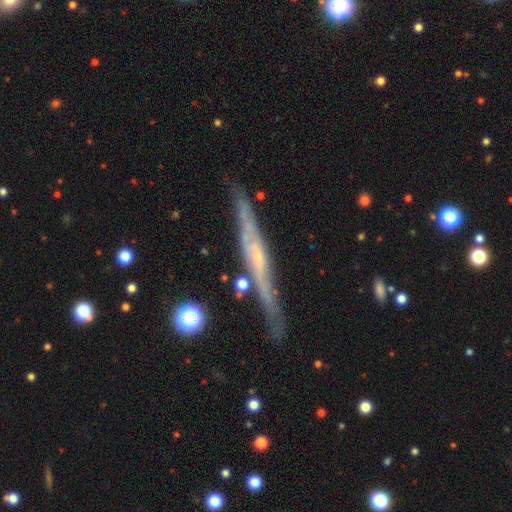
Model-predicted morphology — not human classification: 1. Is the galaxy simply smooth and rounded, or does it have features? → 75% featured or disk, 19% smooth, 7% star or artifact.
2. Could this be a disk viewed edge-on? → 94% yes, 6% no.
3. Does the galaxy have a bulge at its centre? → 53% none, 38% rounded, 10% boxy.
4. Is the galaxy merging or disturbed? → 82% none, 13% minor disturbance, 3% merger, 3% major disturbance.